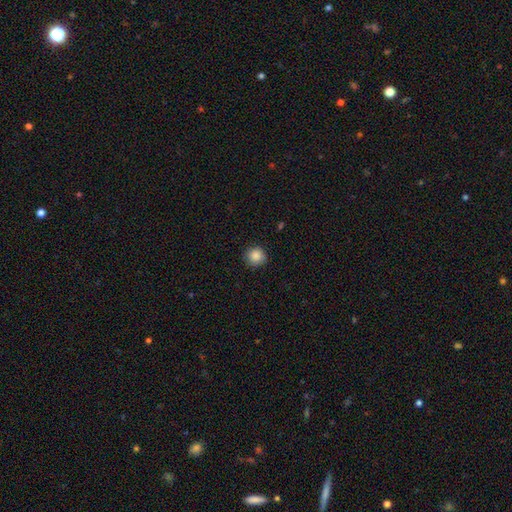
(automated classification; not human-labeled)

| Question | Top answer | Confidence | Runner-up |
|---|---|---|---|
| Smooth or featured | smooth | 88% | star or artifact (9%) |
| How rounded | round | 93% | in between (6%) |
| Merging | none | 89% | minor disturbance (8%) |